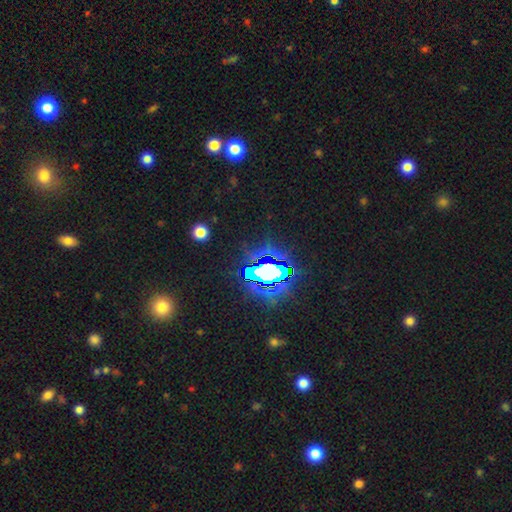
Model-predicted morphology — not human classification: A star or artifact, not a galaxy (80%).